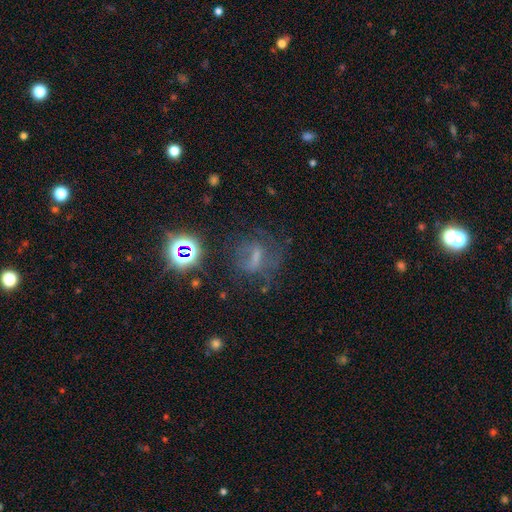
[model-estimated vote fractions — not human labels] star or artifact 36% (tied), featured or disk 36% (tied), smooth 29%.